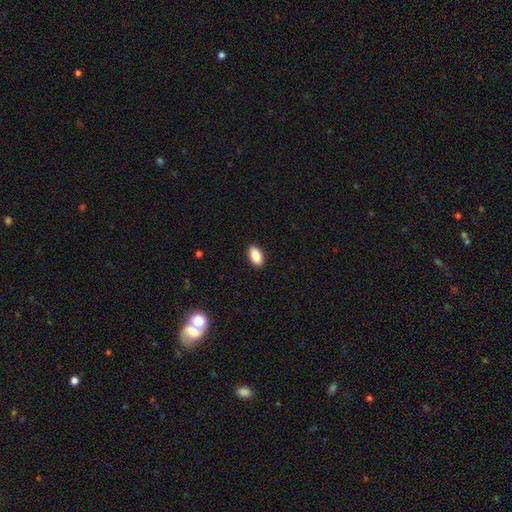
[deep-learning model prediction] A smooth galaxy with no disk features (88%) that is in between round and cigar-shaped (93%). Merging: none (91%).